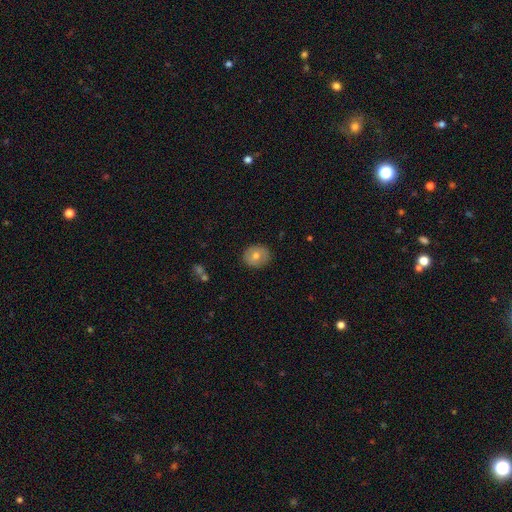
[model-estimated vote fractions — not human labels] This is likely a smooth galaxy (69%). How rounded: likely round (74%). Merging: clearly none (89%).